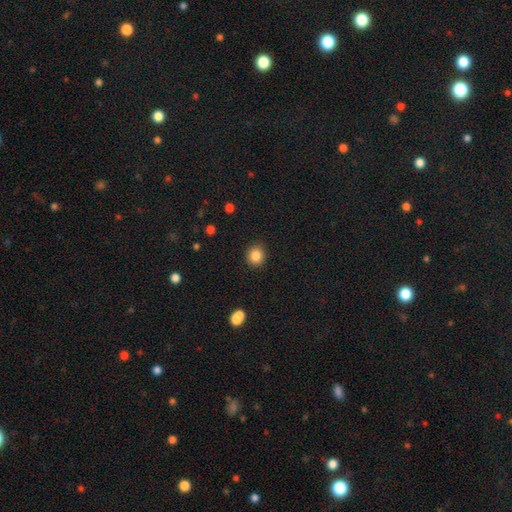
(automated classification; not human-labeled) The model was most divided on "how rounded": round: 85%, in between: 14%, cigar-shaped: 1%. More confident: merging — none (90%); smooth or featured — smooth (86%).